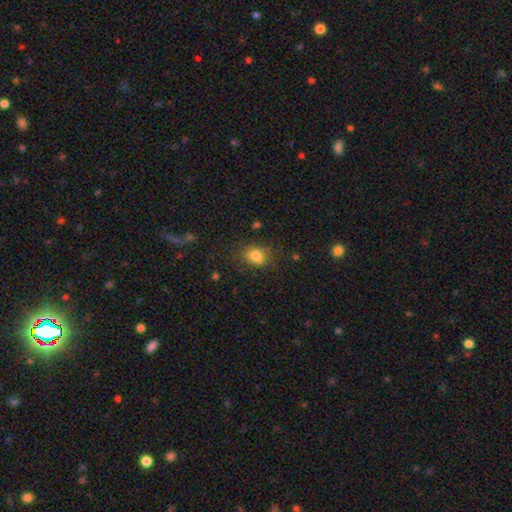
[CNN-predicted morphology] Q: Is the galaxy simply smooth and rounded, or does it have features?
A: smooth — 79%.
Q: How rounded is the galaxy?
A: in between — 56%.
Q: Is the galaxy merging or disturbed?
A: none — 67%.